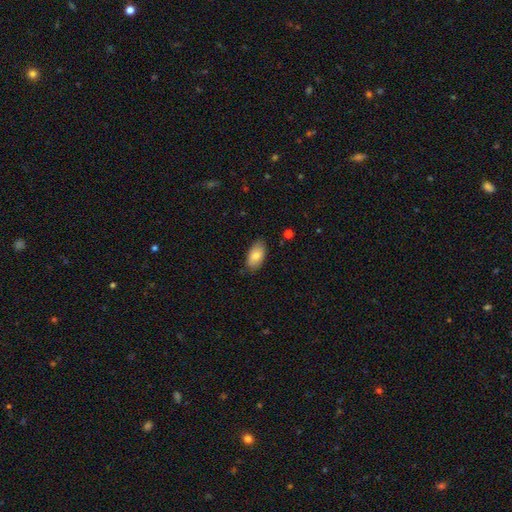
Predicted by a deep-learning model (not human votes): This appears to be a smooth galaxy with no disk features (79%) that is in between round and cigar-shaped (93%). Merging: none (83%).